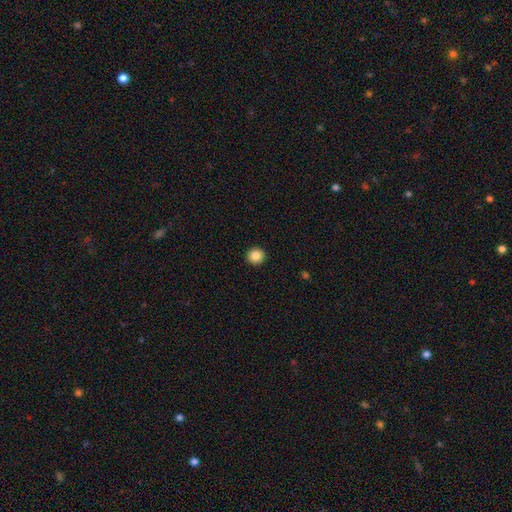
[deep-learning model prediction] A smooth galaxy with no disk features (86%) that is round (92%).

Vote fractions:
- Smooth or featured? smooth: 86% / star or artifact: 10% / featured or disk: 4%
- How rounded? round: 92% / in between: 7% / cigar-shaped: 1%
- Merging? none: 93% / minor disturbance: 4% / major disturbance: 1% / merger: 1%